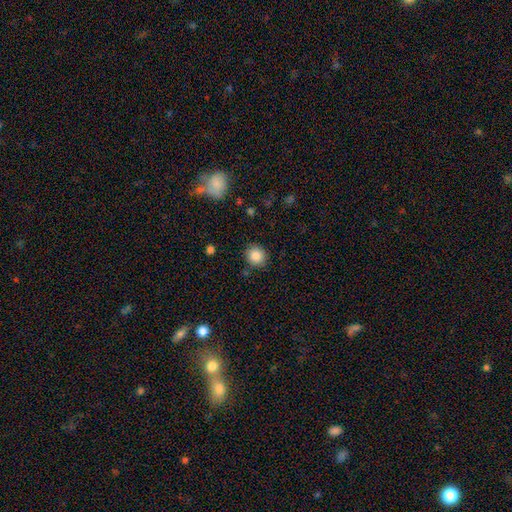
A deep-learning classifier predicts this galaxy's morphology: type=smooth (86%); roundness=round (87%); merging=none (84%).